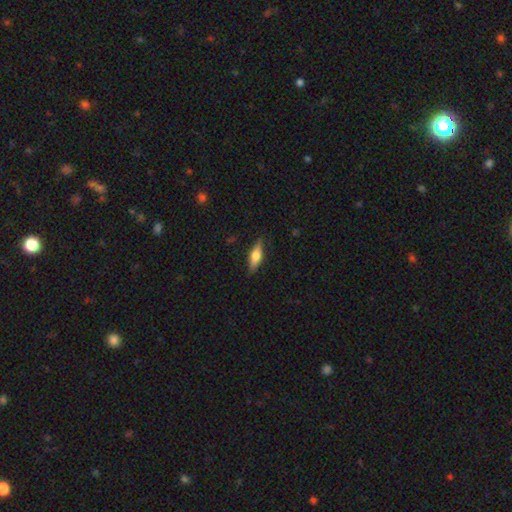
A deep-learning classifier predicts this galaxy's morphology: A smooth galaxy with no disk features (48%).

Vote fractions:
- Smooth or featured? smooth: 48% / featured or disk: 46% / star or artifact: 6%
- Merging? none: 86% / minor disturbance: 11% / major disturbance: 2% / merger: 1%